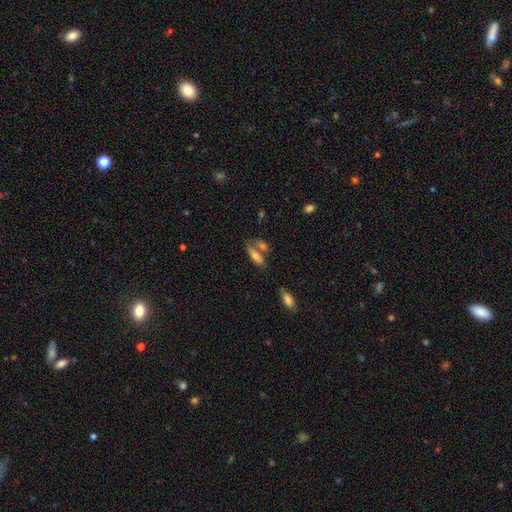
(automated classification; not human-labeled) Smooth or featured?
  - smooth: 73% *
  - featured or disk: 19%
  - star or artifact: 8%
How rounded?
  - in between: 63% *
  - cigar-shaped: 34%
  - round: 3%
Merging?
  - none: 48% *
  - merger: 33%
  - minor disturbance: 13%
  - major disturbance: 5%